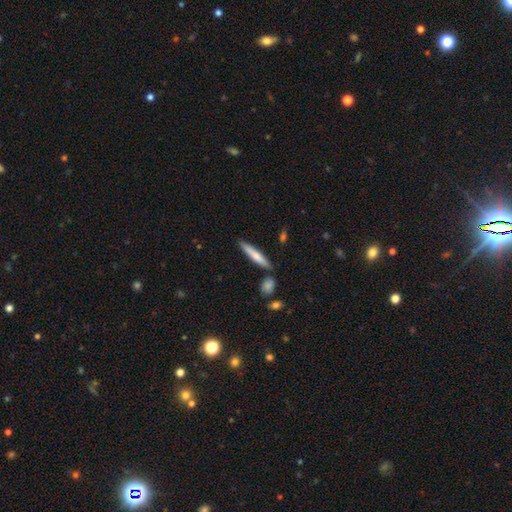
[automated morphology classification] Smooth or featured?
  - smooth: 67% *
  - featured or disk: 27%
  - star or artifact: 6%
How rounded?
  - cigar-shaped: 91% *
  - in between: 8%
  - round: 1%
Merging?
  - none: 83% *
  - minor disturbance: 10%
  - merger: 4%
  - major disturbance: 2%